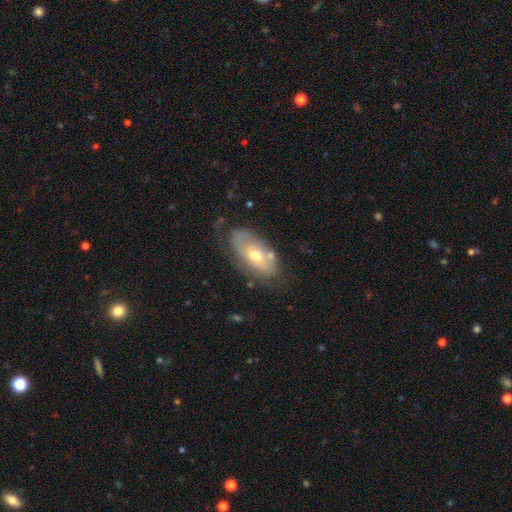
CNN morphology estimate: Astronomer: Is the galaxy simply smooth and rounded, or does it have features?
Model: featured or disk — 62%.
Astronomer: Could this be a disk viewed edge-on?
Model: no — 88%.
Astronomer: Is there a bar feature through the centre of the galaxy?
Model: no — 74%.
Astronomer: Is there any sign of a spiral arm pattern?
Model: yes — 56% (runner-up: no, 44%).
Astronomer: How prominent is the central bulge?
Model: moderate — 63%.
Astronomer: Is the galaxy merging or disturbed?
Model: none — 59%.